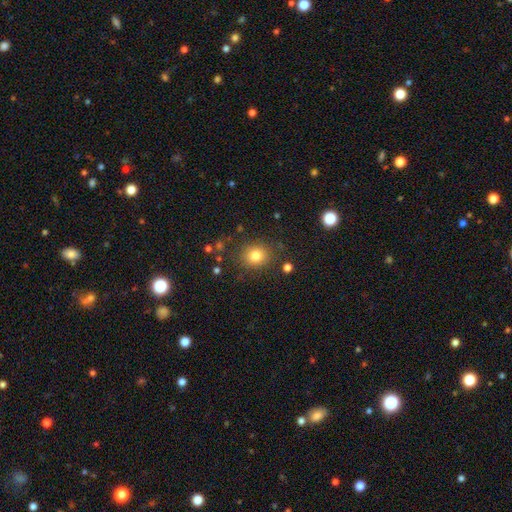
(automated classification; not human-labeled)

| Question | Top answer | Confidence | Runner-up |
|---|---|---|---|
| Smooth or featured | smooth | 80% | star or artifact (12%) |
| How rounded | round | 73% | in between (26%) |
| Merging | none | 83% | minor disturbance (11%) |